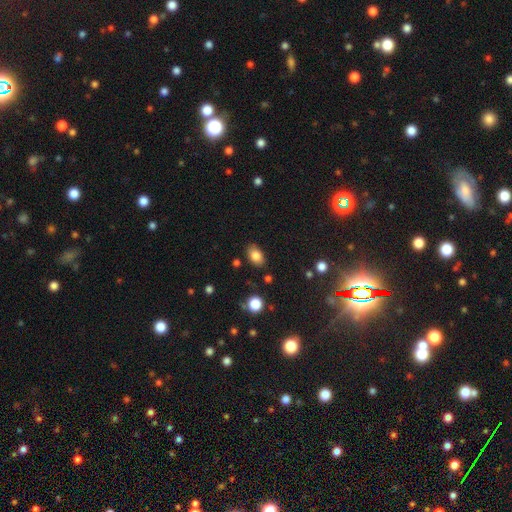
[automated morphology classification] A smooth galaxy with no disk features (82%) that is in between round and cigar-shaped (86%).

Vote fractions:
- Smooth or featured? smooth: 82% / star or artifact: 9% / featured or disk: 9%
- How rounded? in between: 86% / round: 12% / cigar-shaped: 1%
- Merging? none: 83% / minor disturbance: 12% / major disturbance: 3% / merger: 2%